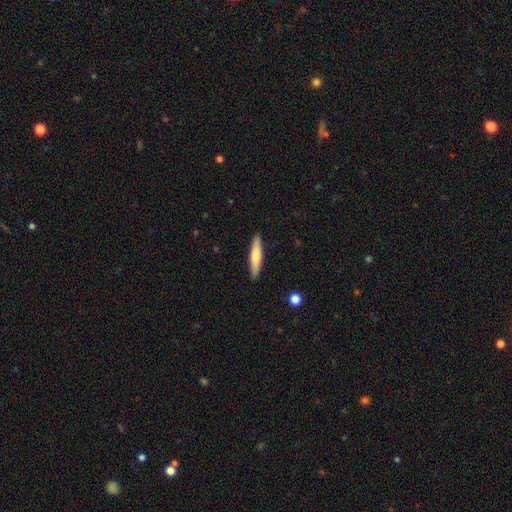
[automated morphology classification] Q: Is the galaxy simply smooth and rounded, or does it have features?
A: smooth — 67%.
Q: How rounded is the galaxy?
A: cigar-shaped — 87%.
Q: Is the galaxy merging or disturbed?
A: none — 89%.